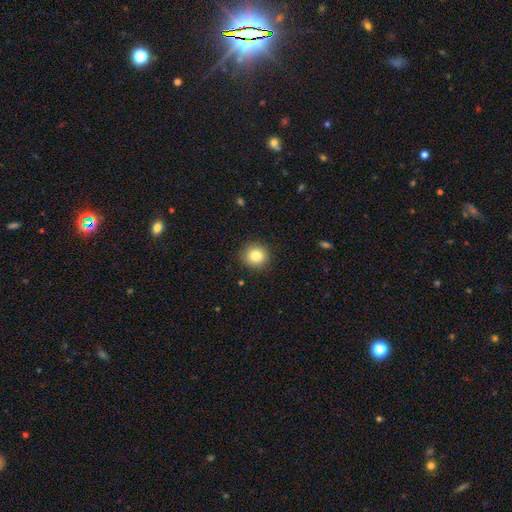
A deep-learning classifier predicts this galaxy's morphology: This is clearly a smooth galaxy (83%). How rounded: clearly round (91%). Merging: clearly none (90%).